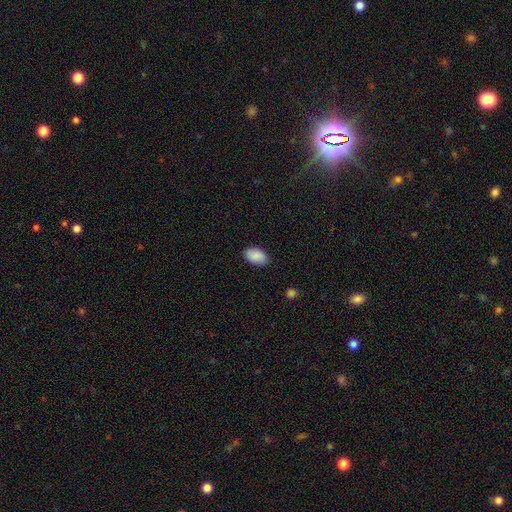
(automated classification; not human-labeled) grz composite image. It shows a smooth galaxy with no disk features (90%) that is in between round and cigar-shaped (91%). Merging: none (86%).